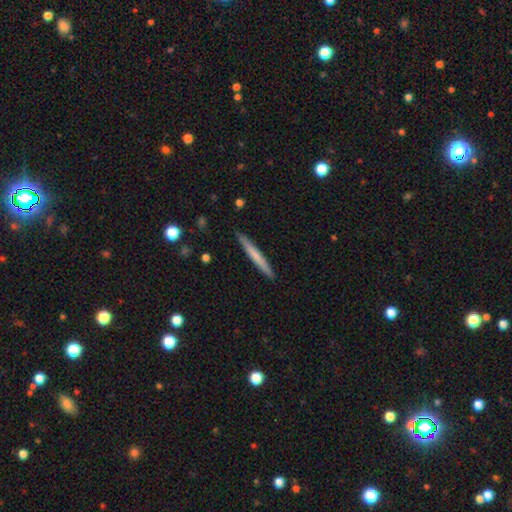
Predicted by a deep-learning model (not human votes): A smooth galaxy with no disk features (63%) that is cigar-shaped (97%).

Vote fractions:
- Smooth or featured? smooth: 63% / featured or disk: 32% / star or artifact: 5%
- How rounded? cigar-shaped: 97% / in between: 2% / round: 1%
- Merging? none: 91% / minor disturbance: 7% / major disturbance: 1% / merger: 1%